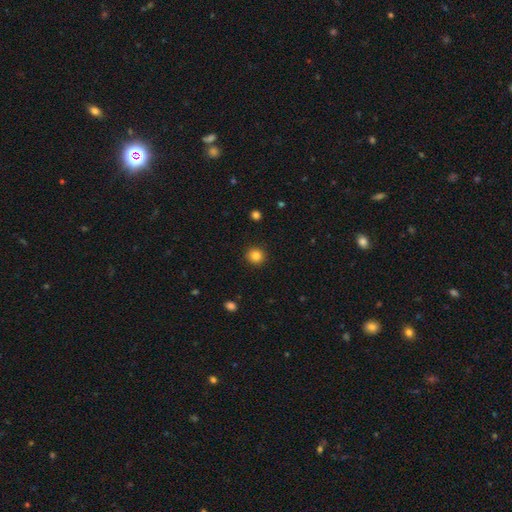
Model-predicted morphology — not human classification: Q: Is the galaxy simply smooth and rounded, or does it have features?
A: smooth — 84%.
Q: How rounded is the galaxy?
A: round — 92%.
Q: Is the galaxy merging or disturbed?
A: none — 92%.